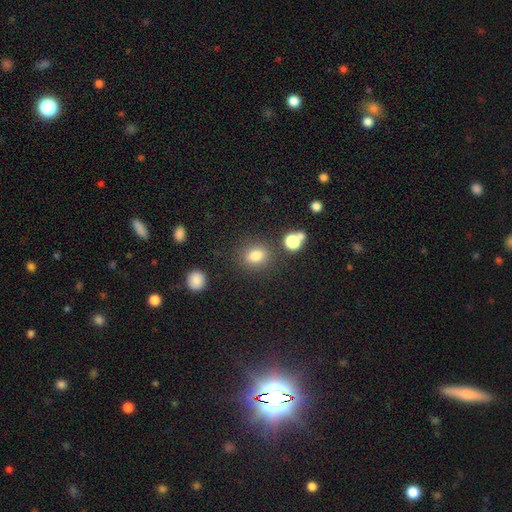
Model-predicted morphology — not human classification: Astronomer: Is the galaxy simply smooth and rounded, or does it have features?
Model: smooth — 81%.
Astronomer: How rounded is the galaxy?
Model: round — 59% (runner-up: in between, 39%).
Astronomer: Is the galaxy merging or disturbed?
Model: none — 79%.